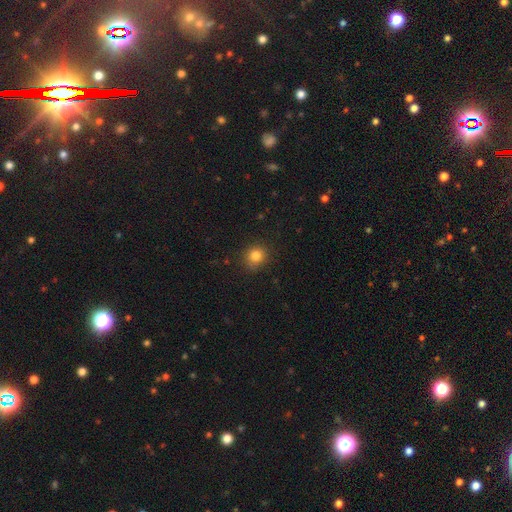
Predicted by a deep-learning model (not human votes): This appears to be a smooth galaxy with no disk features (83%) that is round (81%). Merging: none (86%).